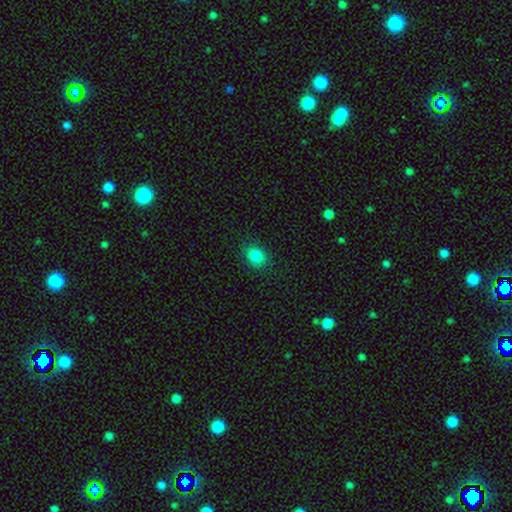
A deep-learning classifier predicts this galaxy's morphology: smooth 86%, star or artifact 10%, featured or disk 4%. Down the decision tree: how rounded — in between (58%); merging — none (86%).